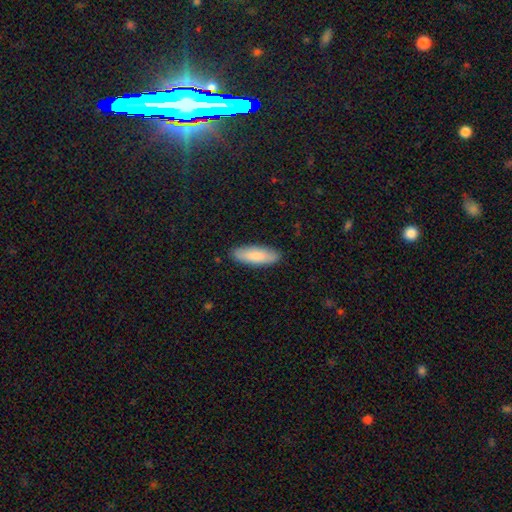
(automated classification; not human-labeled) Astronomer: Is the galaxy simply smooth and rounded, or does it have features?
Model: smooth — 84%.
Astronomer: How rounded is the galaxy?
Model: in between — 56% (runner-up: cigar-shaped, 42%).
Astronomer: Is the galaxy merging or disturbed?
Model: none — 89%.